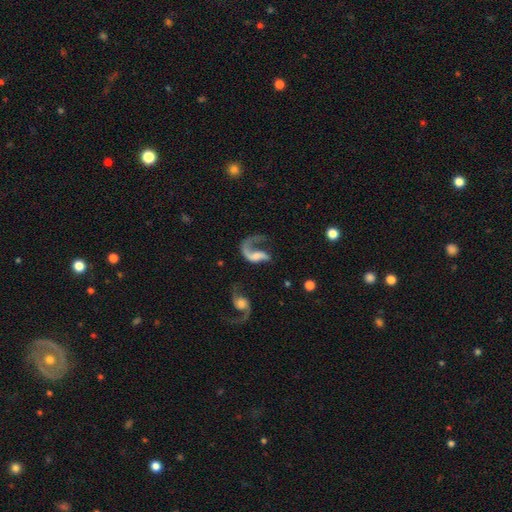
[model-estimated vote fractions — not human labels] Smooth or featured?
  - featured or disk: 76% *
  - smooth: 16%
  - star or artifact: 8%
Edge-on disk?
  - no: 97% *
  - yes: 3%
Bar?
  - no: 54% *
  - weak: 30%
  - strong: 15%
Spiral arms?
  - yes: 89% *
  - no: 11%
Spiral winding?
  - loose: 70% *
  - medium: 24%
  - tight: 7%
Spiral arm count?
  - 1: 58% *
  - 2: 37%
  - can't tell: 3%
  - 3: 1%
  - 4: 1%
  - more than 4: 1%
Bulge size?
  - none: 46% *
  - small: 24%
  - moderate: 19%
  - large: 8%
  - dominant: 3%
Merging?
  - major disturbance: 43% *
  - none: 31%
  - minor disturbance: 13%
  - merger: 13%